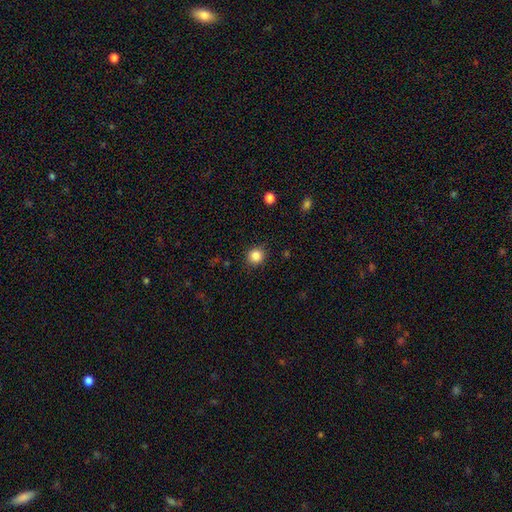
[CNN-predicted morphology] This is clearly a smooth galaxy (85%). How rounded: clearly round (88%). Merging: clearly none (89%).